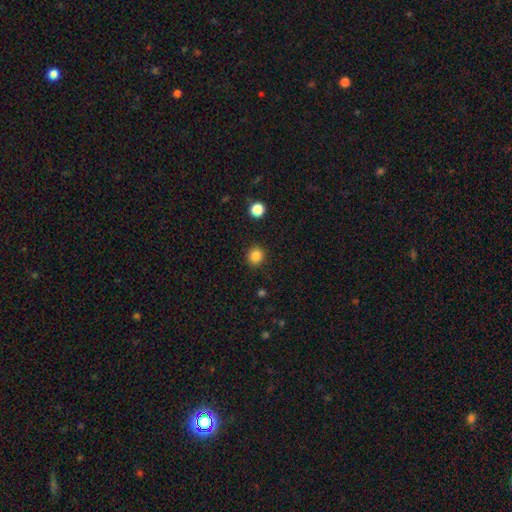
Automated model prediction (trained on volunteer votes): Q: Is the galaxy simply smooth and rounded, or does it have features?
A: smooth — 85%.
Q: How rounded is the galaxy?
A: round — 88%.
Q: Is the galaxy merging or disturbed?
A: none — 90%.